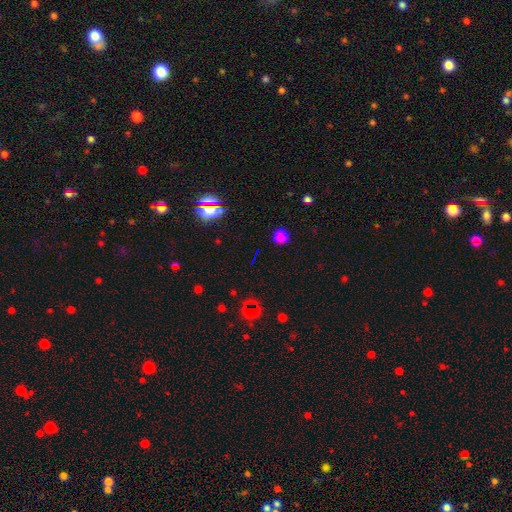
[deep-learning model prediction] Smooth or featured? star or artifact (45%, tied with smooth)